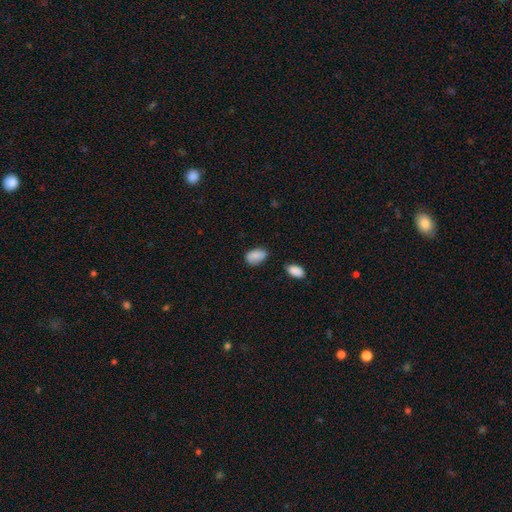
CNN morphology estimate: This is clearly a smooth galaxy (84%). How rounded: clearly in between (90%). Merging: likely none (62%).